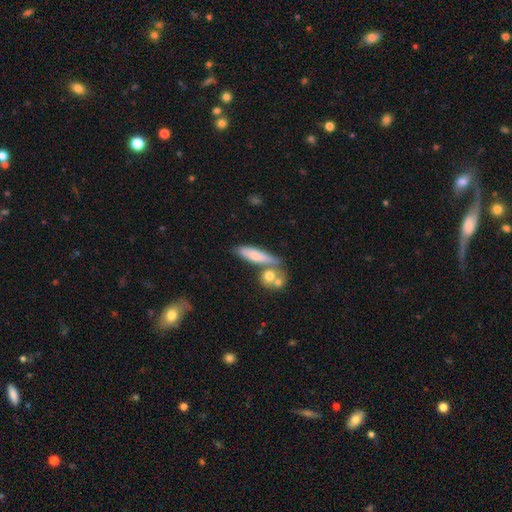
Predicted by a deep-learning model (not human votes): Morphology: type=smooth (67%); roundness=cigar-shaped (60%); merging=none (50%).